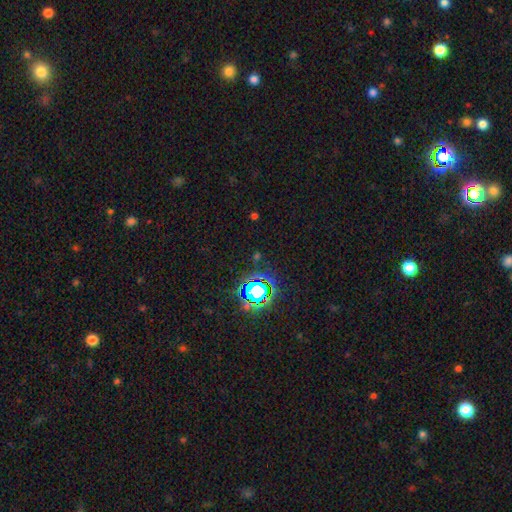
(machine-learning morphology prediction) star or artifact 71%, smooth 20%, featured or disk 9%.